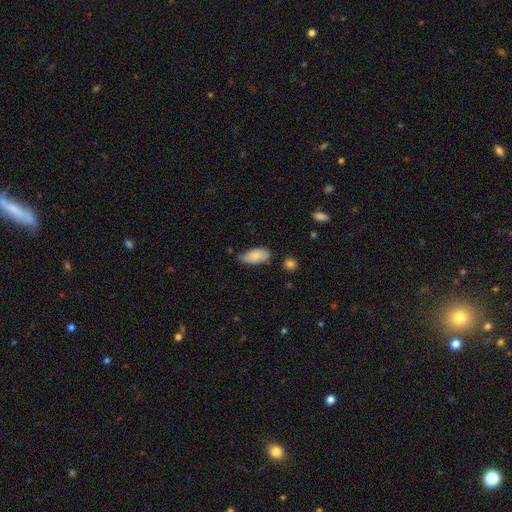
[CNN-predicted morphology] type=smooth (85%); roundness=in between (92%); merging=none (58%).